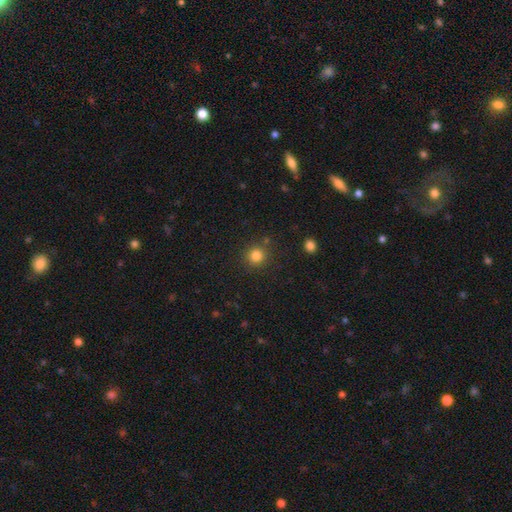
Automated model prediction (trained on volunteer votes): The model was most divided on "smooth or featured": smooth: 82%, star or artifact: 13%, featured or disk: 5%. More confident: how rounded — round (92%); merging — none (85%).